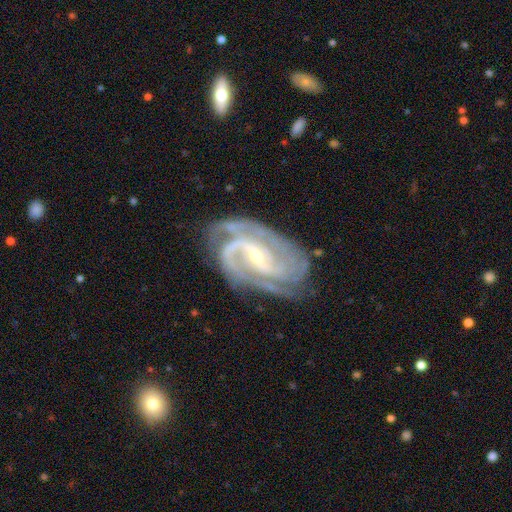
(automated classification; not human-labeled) smooth-or-featured: featured or disk: 92% | star or artifact: 5% | smooth: 3%
  disk-edge-on: no: 97% | yes: 3%
    bar: weak: 43% | strong: 41% | no: 16%
    has-spiral-arms: yes: 98% | no: 2%
      spiral-winding: medium: 46% | tight: 45% | loose: 10%
      spiral-arm-count: 2: 44% | 3: 25% | can't tell: 12% | 4: 9% | 1: 5% | more than 4: 5%
    bulge-size: small: 71% | moderate: 25% | none: 2% | large: 1% | dominant: 1%
  merging: none: 70% | minor disturbance: 20% | major disturbance: 8% | merger: 2%